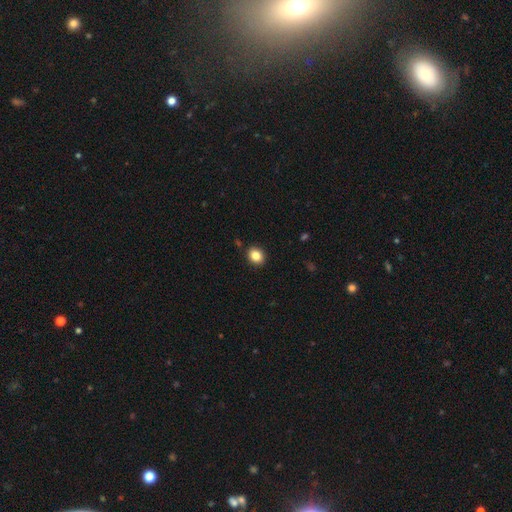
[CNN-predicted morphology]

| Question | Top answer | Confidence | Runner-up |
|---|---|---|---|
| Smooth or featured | smooth | 85% | star or artifact (9%) |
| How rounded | round | 57% | in between (42%) |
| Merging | none | 90% | minor disturbance (7%) |